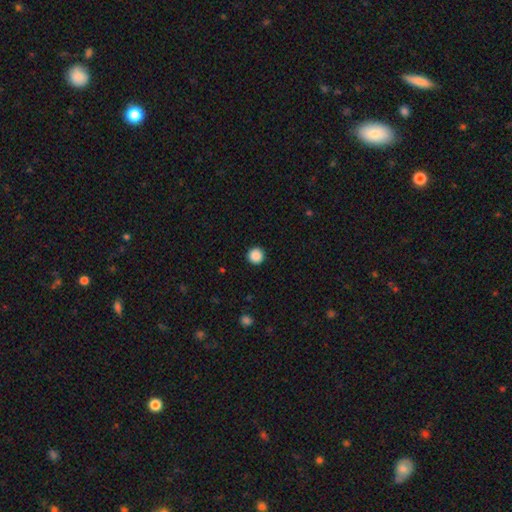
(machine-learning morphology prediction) smooth 89%, star or artifact 9%, featured or disk 2%. Down the decision tree: how rounded — round (96%); merging — none (93%).